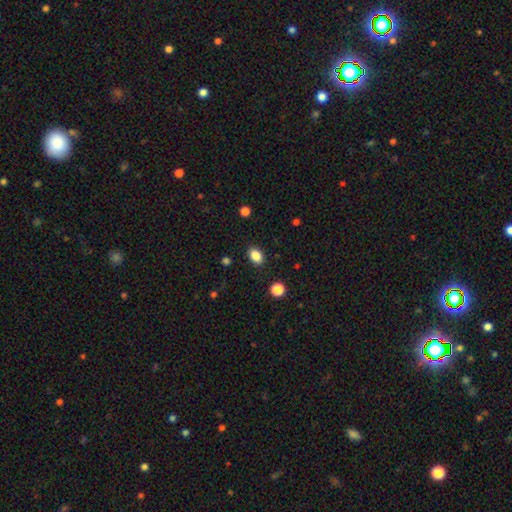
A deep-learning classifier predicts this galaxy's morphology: Smooth or featured? smooth (87%)
How rounded? in between (82%)
Merging? none (88%)